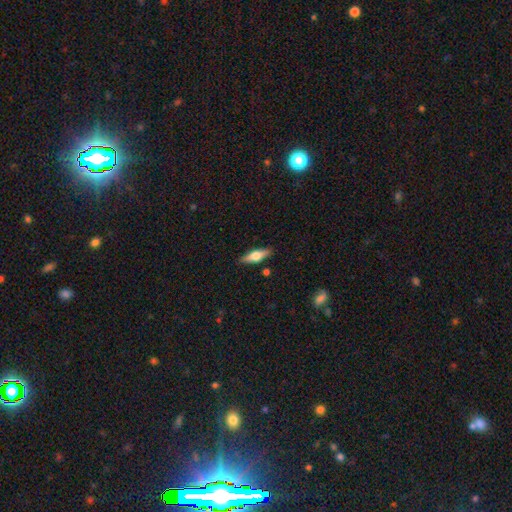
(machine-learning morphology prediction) A smooth galaxy with no disk features (50%). Merging: none (86%).